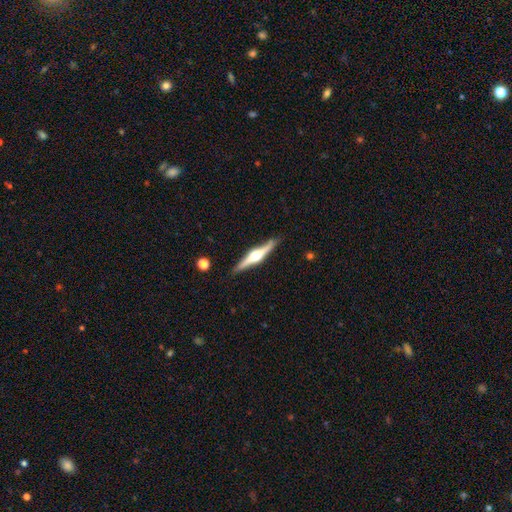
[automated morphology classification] Smooth or featured?
  - featured or disk: 78% *
  - smooth: 17%
  - star or artifact: 5%
Edge-on disk?
  - yes: 97% *
  - no: 3%
Edge-on bulge?
  - rounded: 95% *
  - boxy: 4%
  - none: 2%
Merging?
  - none: 87% *
  - minor disturbance: 9%
  - major disturbance: 2%
  - merger: 1%